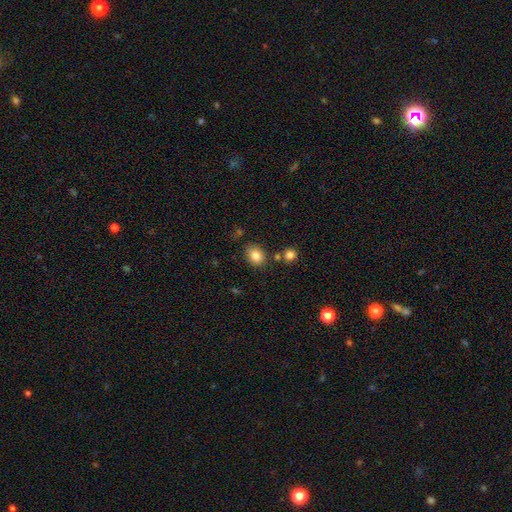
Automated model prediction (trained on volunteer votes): This appears to be a smooth galaxy with no disk features (85%) that is in between round and cigar-shaped (52%). Merging: none (77%).